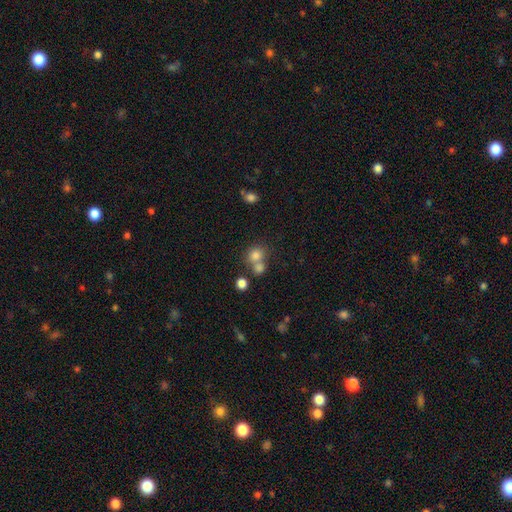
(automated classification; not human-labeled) Overall: smooth (77%). How rounded: round (83%). Merging: none (50%; merger 38%).